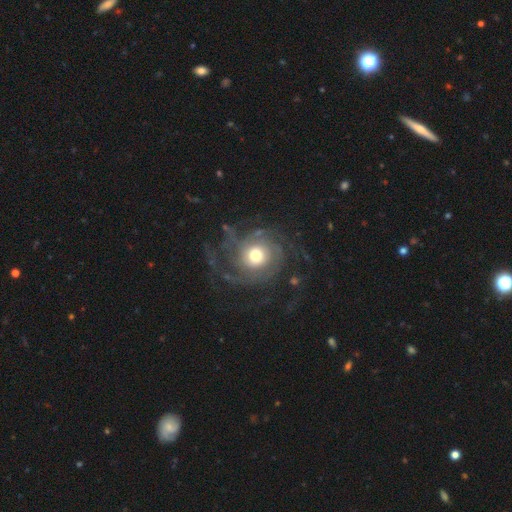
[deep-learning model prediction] The model was most divided on "spiral arm count": can't tell: 30%, 3: 21%, 2: 19%, 4: 13%, more than 4: 9%, 1: 8%. Remaining: edge-on disk — no (97%); spiral arms — yes (92%); bar — no (82%); smooth or featured — featured or disk (79%); merging — none (61%); bulge size — moderate (56%); spiral winding — tight (48%).